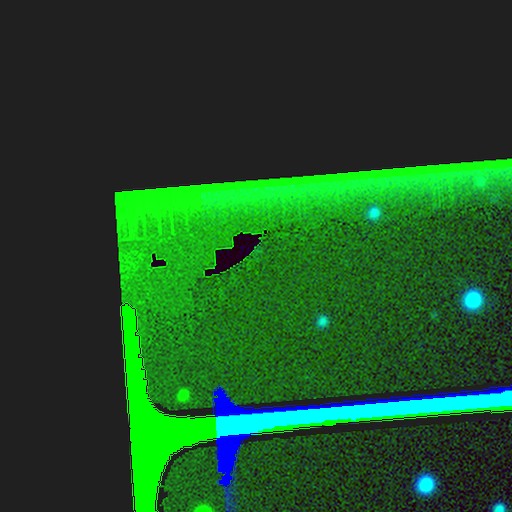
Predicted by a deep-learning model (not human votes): A star or artifact, not a galaxy (87%).

Vote fractions:
- Smooth or featured? star or artifact: 87% / featured or disk: 7% / smooth: 6%